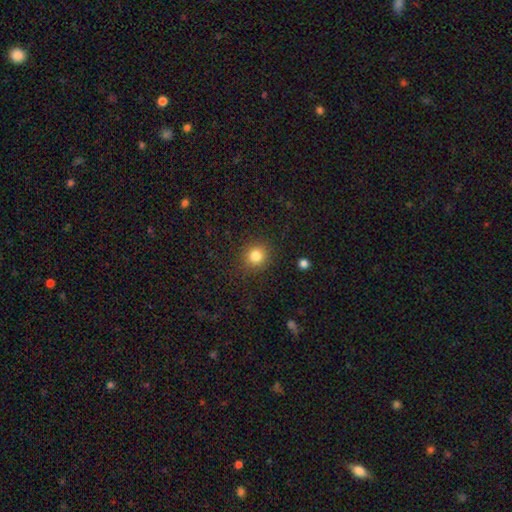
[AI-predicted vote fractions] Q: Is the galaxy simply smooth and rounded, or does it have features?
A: smooth — 82%.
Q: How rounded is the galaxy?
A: round — 90%.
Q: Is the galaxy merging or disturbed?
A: none — 89%.